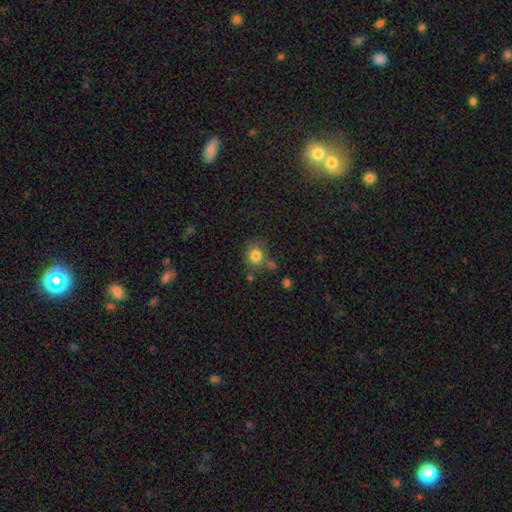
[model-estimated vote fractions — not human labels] Overall: smooth (81%). How rounded: round (80%). Merging: none (65%).